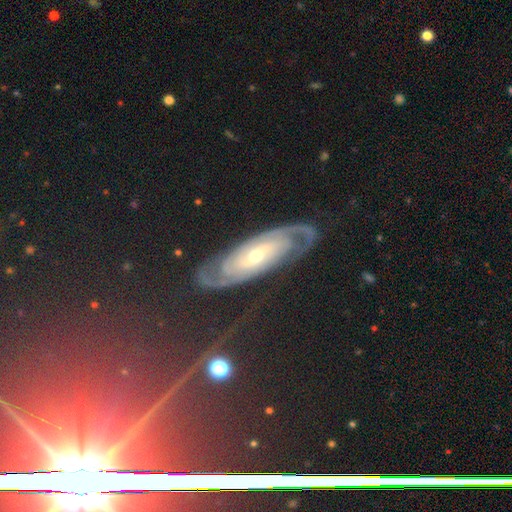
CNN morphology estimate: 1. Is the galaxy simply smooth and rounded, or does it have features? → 79% featured or disk, 13% star or artifact, 8% smooth.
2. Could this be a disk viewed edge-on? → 88% no, 12% yes.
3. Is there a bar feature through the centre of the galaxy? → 56% no, 29% weak, 15% strong.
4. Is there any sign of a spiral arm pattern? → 95% yes, 5% no.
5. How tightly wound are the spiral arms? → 72% tight, 22% medium, 5% loose.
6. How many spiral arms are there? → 54% 2, 26% can't tell, 8% 3, 4% 4, 4% 1, 4% more than 4.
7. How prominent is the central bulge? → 60% small, 36% moderate, 2% large, 1% none, 1% dominant.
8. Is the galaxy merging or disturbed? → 81% none, 13% minor disturbance, 5% major disturbance, 1% merger.